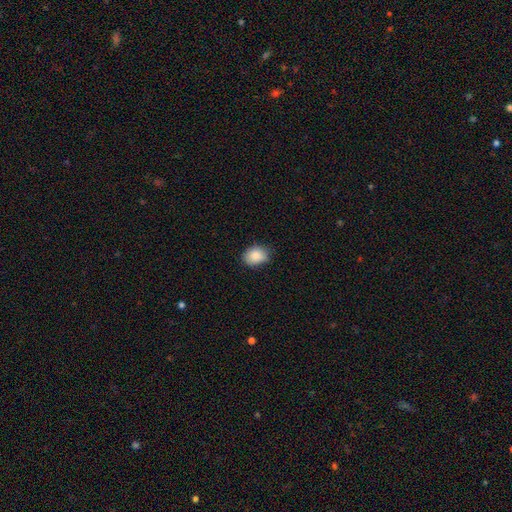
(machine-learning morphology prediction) A smooth galaxy with no disk features (88%) that is in between round and cigar-shaped (67%). Merging: none (75%).